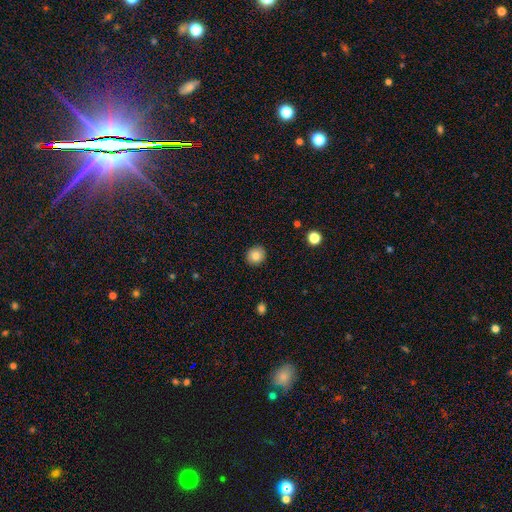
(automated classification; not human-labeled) A smooth galaxy with no disk features (84%) that is round (83%).

Vote fractions:
- Smooth or featured? smooth: 84% / star or artifact: 9% / featured or disk: 6%
- How rounded? round: 83% / in between: 16% / cigar-shaped: 1%
- Merging? none: 91% / minor disturbance: 6% / major disturbance: 2% / merger: 1%